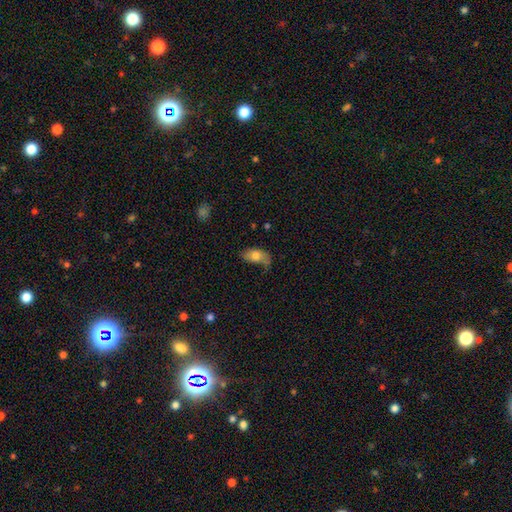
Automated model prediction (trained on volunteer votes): This is likely a smooth galaxy (76%). How rounded: clearly in between (92%). Merging: possibly none (47%).